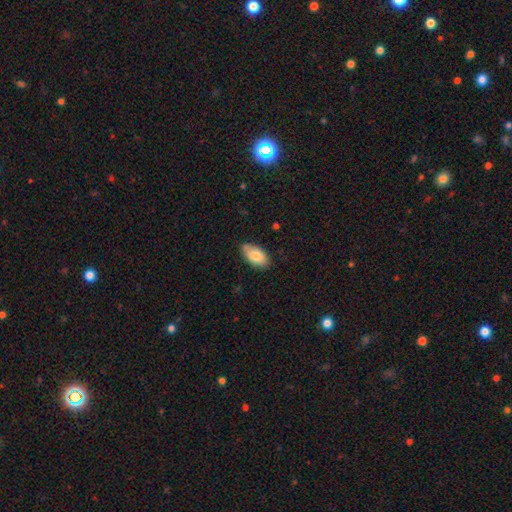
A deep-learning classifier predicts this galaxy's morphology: The model was most divided on "merging": none: 74%, minor disturbance: 21%, major disturbance: 3%, merger: 2%. More confident: how rounded — in between (94%); smooth or featured — smooth (81%).